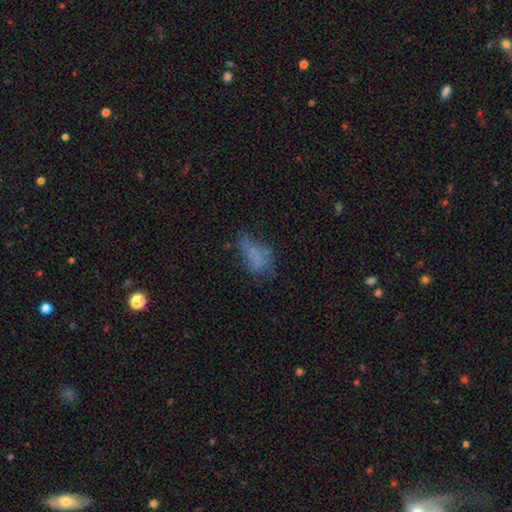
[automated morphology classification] smooth 57%, featured or disk 26%, star or artifact 17%. Down the decision tree: how rounded — in between (81%); merging — none (35%).